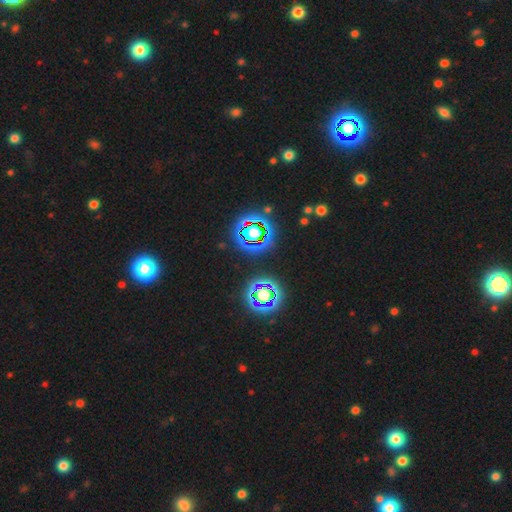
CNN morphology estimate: A star or artifact, not a galaxy (81%).

Vote fractions:
- Smooth or featured? star or artifact: 81% / smooth: 12% / featured or disk: 8%